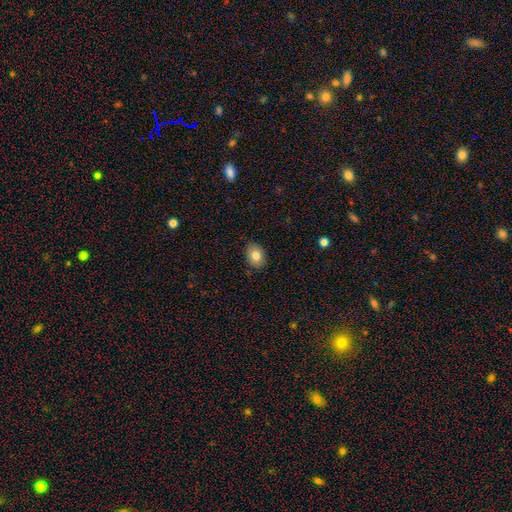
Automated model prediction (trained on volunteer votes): A smooth galaxy with no disk features (83%) that is in between round and cigar-shaped (70%). Merging: none (87%).